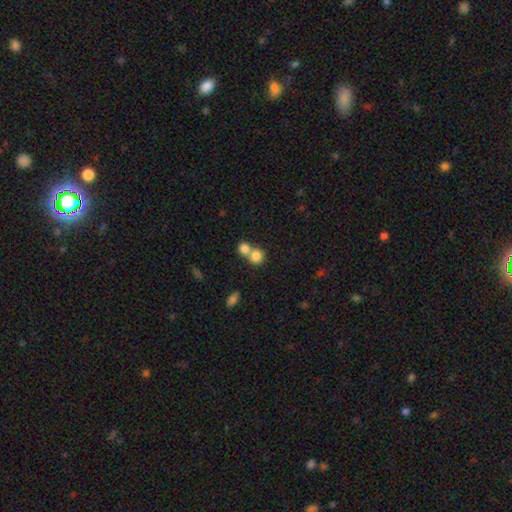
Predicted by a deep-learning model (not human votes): The model was most divided on "merging": merger: 55%, none: 37%, minor disturbance: 6%, major disturbance: 3%. More confident: how rounded — round (82%); smooth or featured — smooth (81%).